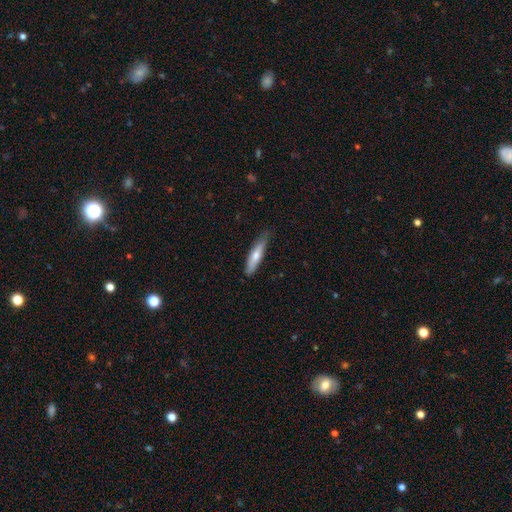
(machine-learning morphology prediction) This appears to be a smooth galaxy with no disk features (58%) that is cigar-shaped (81%). Merging: none (79%).